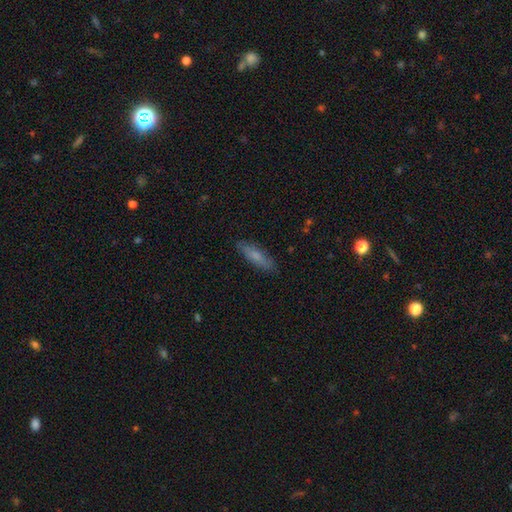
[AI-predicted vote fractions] smooth_or_featured: smooth (p=0.70) [alt: featured or disk p=0.23]
how_rounded: cigar-shaped (p=0.69) [alt: in between p=0.30]
merging: none (p=0.85) [alt: minor disturbance p=0.11]